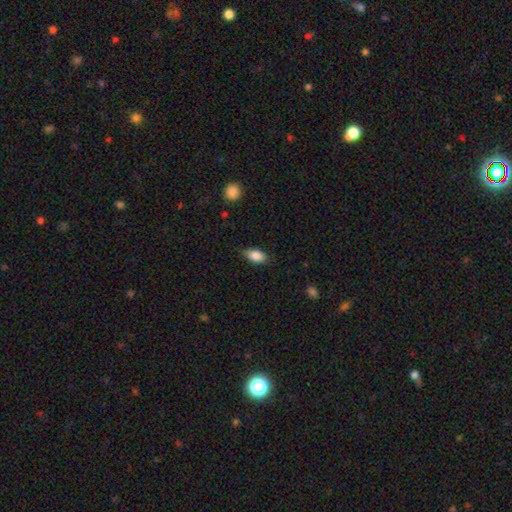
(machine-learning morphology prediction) smooth-or-featured: smooth: 87% | star or artifact: 7% | featured or disk: 6%
  how-rounded: in between: 90% | cigar-shaped: 6% | round: 4%
  merging: none: 80% | minor disturbance: 15% | major disturbance: 3% | merger: 1%